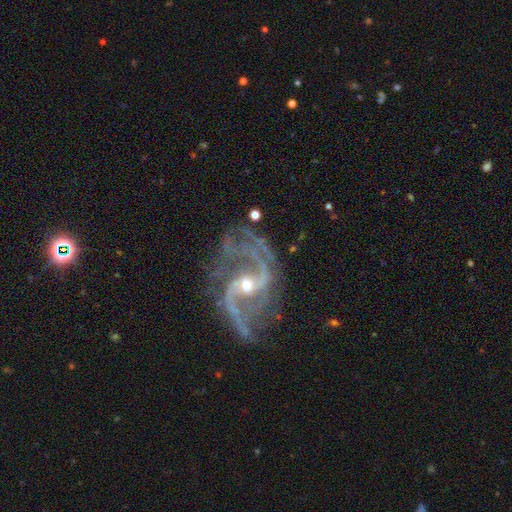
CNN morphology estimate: smooth-or-featured: featured or disk: 88% | star or artifact: 8% | smooth: 3%
  disk-edge-on: no: 97% | yes: 3%
    bar: weak: 44% | no: 28% | strong: 28%
    has-spiral-arms: yes: 97% | no: 3%
      spiral-winding: loose: 44% | medium: 42% | tight: 14%
      spiral-arm-count: 2: 71% | 3: 9% | can't tell: 7% | 1: 4% | 4: 4% | more than 4: 4%
    bulge-size: small: 51% | moderate: 43% | large: 2% | none: 2% | dominant: 1%
  merging: none: 64% | minor disturbance: 18% | major disturbance: 15% | merger: 3%